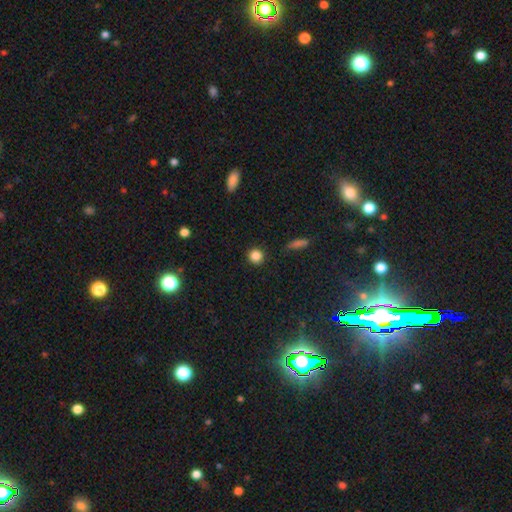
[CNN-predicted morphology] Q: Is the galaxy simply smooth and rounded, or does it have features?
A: smooth — 85%.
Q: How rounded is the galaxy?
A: round — 94%.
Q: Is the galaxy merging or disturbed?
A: none — 90%.